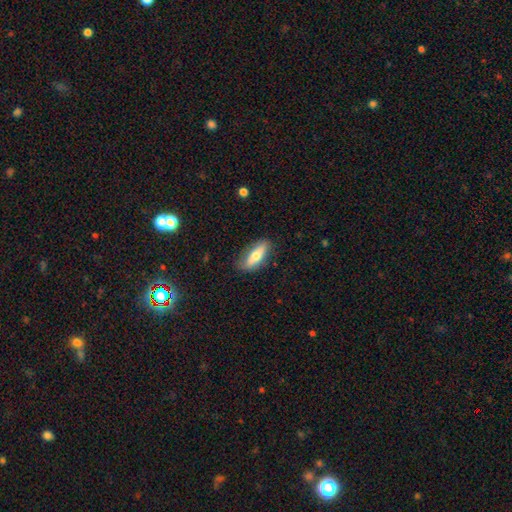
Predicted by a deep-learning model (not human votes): A smooth galaxy with no disk features (63%) that is in between round and cigar-shaped (63%). Merging: none (81%).